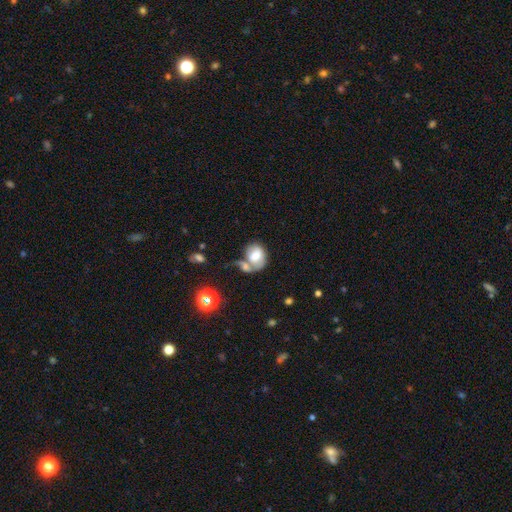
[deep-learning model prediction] Smooth or featured? smooth (67%)
How rounded? in between (56%)
Merging? merger (49%)